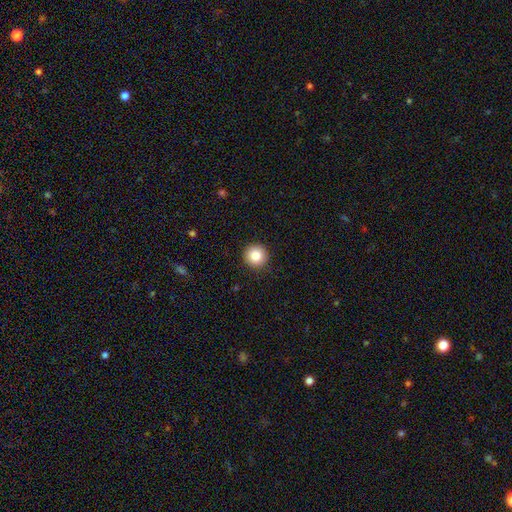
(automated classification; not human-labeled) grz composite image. It shows a smooth galaxy with no disk features (85%) that is round (96%). Merging: none (92%).